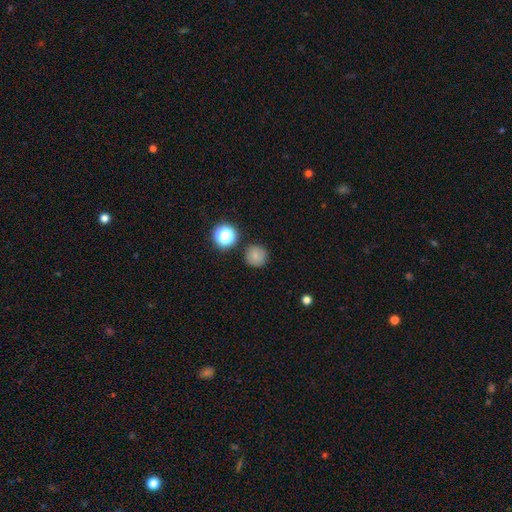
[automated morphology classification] smooth 76%, star or artifact 14%, featured or disk 10%. Down the decision tree: how rounded — round (95%); merging — none (85%).